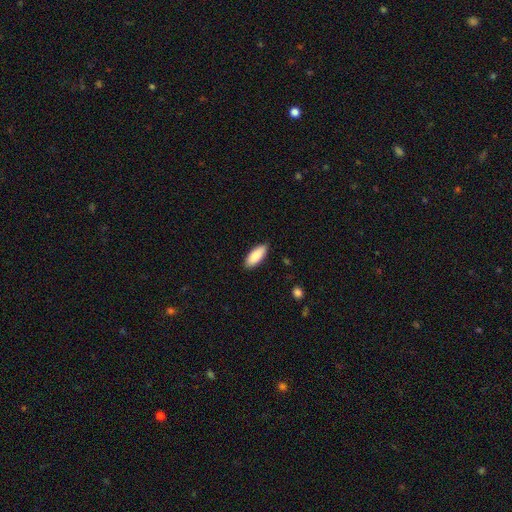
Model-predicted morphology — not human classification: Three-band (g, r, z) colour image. It shows a smooth galaxy with no disk features (88%) that is in between round and cigar-shaped (79%). Merging: none (87%).